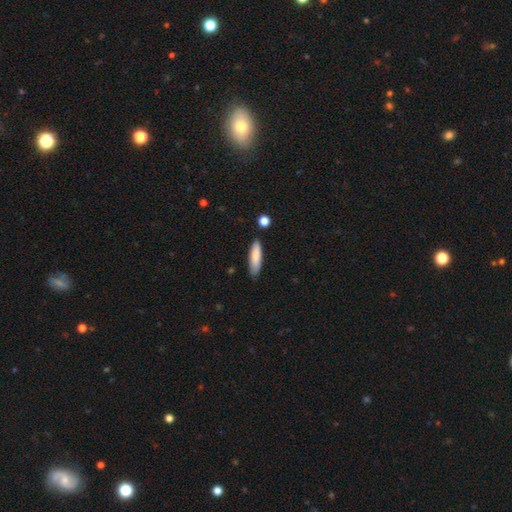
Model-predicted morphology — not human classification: Smooth or featured? smooth (84%)
How rounded? cigar-shaped (66%)
Merging? none (84%)